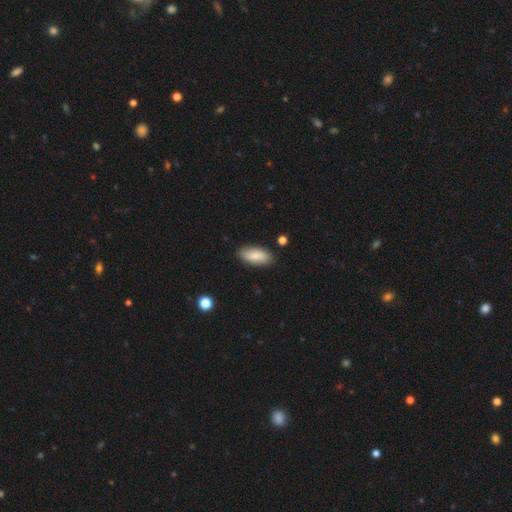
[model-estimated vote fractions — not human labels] Smooth or featured?
  - smooth: 86% *
  - featured or disk: 8%
  - star or artifact: 6%
How rounded?
  - in between: 88% *
  - cigar-shaped: 10%
  - round: 2%
Merging?
  - none: 87% *
  - minor disturbance: 10%
  - major disturbance: 2%
  - merger: 2%